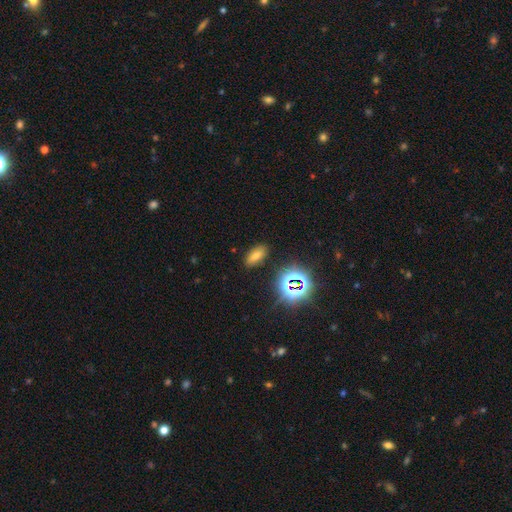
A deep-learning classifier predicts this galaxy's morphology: Smooth or featured? smooth (59%)
How rounded? in between (83%)
Merging? none (86%)